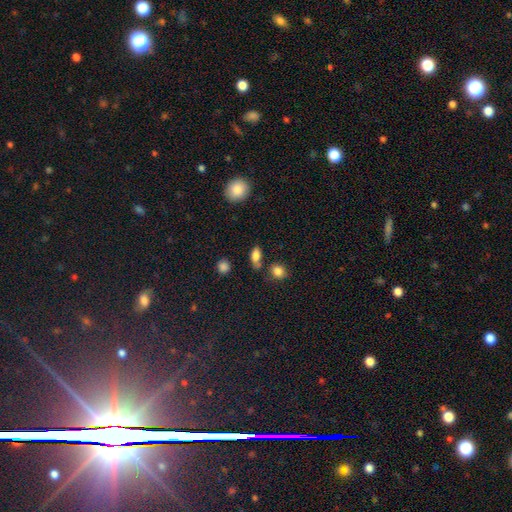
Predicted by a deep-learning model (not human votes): Smooth or featured?
  - smooth: 82% *
  - featured or disk: 9%
  - star or artifact: 9%
How rounded?
  - in between: 78% *
  - round: 13%
  - cigar-shaped: 9%
Merging?
  - none: 66% *
  - minor disturbance: 16%
  - merger: 13%
  - major disturbance: 5%